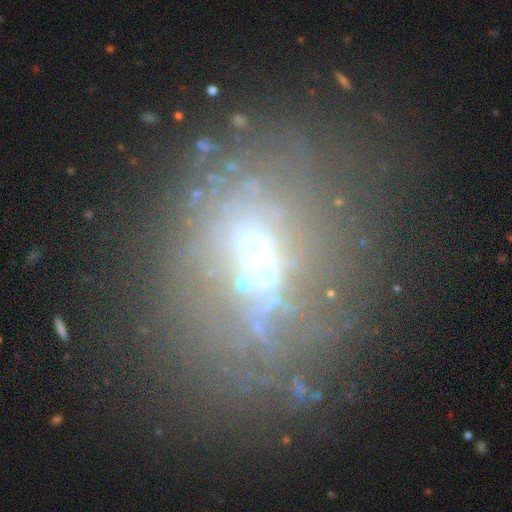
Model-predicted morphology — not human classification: type=featured or disk (59%); edge-on=no (80%); merging=none (55%).